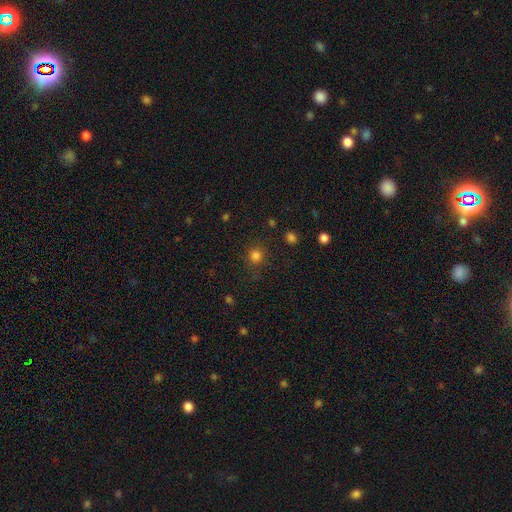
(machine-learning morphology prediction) A smooth galaxy with no disk features (80%) that is round (89%).

Vote fractions:
- Smooth or featured? smooth: 80% / star or artifact: 15% / featured or disk: 4%
- How rounded? round: 89% / in between: 10% / cigar-shaped: 1%
- Merging? none: 82% / minor disturbance: 11% / major disturbance: 5% / merger: 2%